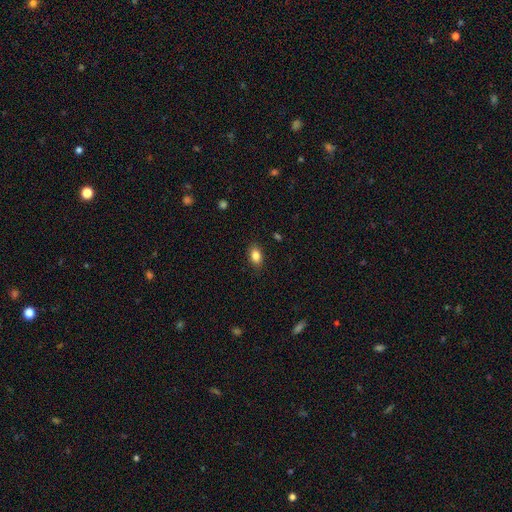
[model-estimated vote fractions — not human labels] smooth-or-featured: smooth: 85% | star or artifact: 9% | featured or disk: 6%
  how-rounded: in between: 84% | round: 14% | cigar-shaped: 2%
  merging: none: 87% | minor disturbance: 10% | major disturbance: 2% | merger: 1%